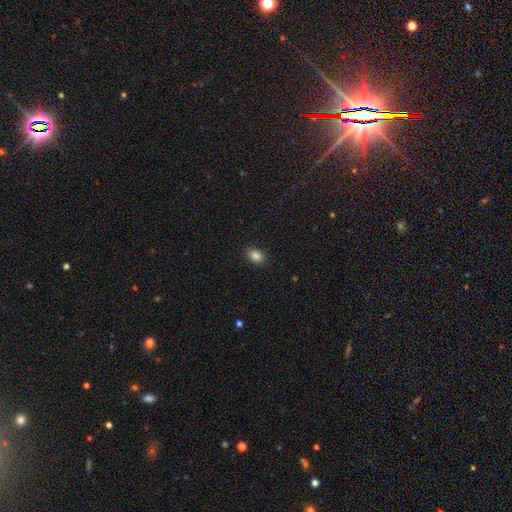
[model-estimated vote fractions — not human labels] A smooth galaxy with no disk features (86%) that is in between round and cigar-shaped (81%).

Vote fractions:
- Smooth or featured? smooth: 86% / star or artifact: 9% / featured or disk: 5%
- How rounded? in between: 81% / round: 18% / cigar-shaped: 1%
- Merging? none: 89% / minor disturbance: 8% / major disturbance: 2% / merger: 1%